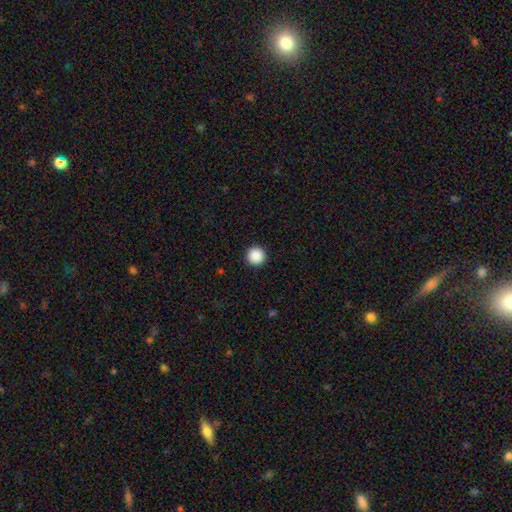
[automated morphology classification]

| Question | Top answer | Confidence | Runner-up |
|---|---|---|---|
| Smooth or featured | smooth | 89% | star or artifact (9%) |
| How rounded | round | 97% | in between (2%) |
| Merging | none | 93% | minor disturbance (4%) |